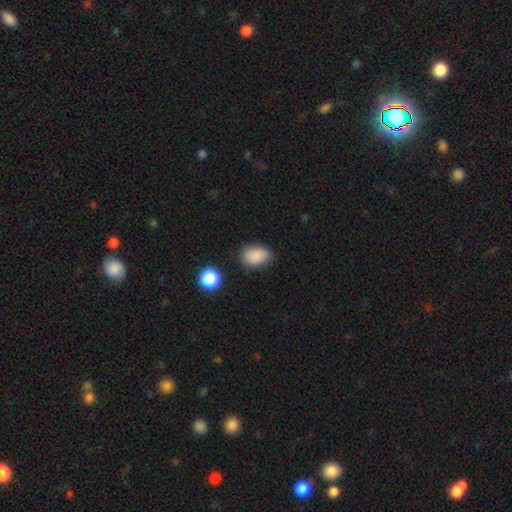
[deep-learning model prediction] Smooth or featured: smooth — 86% (star or artifact — 9%)
How rounded: in between — 83% (round — 16%)
Merging: none — 77% (minor disturbance — 17%)